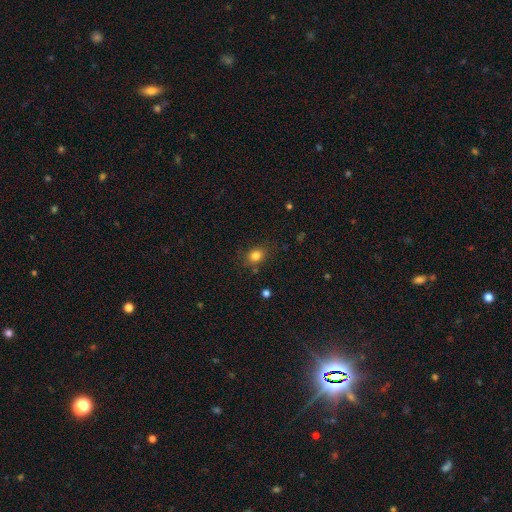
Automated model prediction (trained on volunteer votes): Q: Smooth or featured?
A: smooth (82%); runner-up: star or artifact (12%)
Q: How rounded?
A: round (50%); runner-up: in between (48%)
Q: Merging?
A: none (81%); runner-up: minor disturbance (13%)